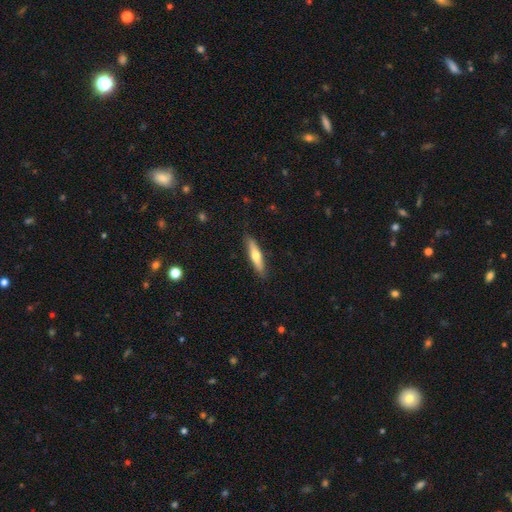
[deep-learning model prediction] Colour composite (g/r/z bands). It shows a smooth galaxy with no disk features (56%) that is cigar-shaped (84%). Merging: none (88%).